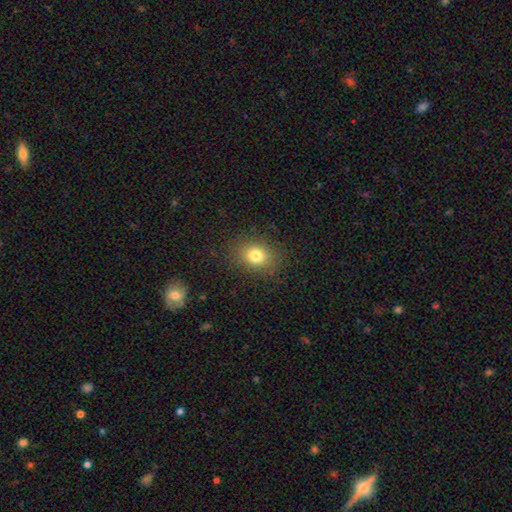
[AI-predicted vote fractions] Smooth or featured? Predicted: smooth (p=0.79). How rounded? Predicted: round (p=0.52). Merging? Predicted: none (p=0.86).